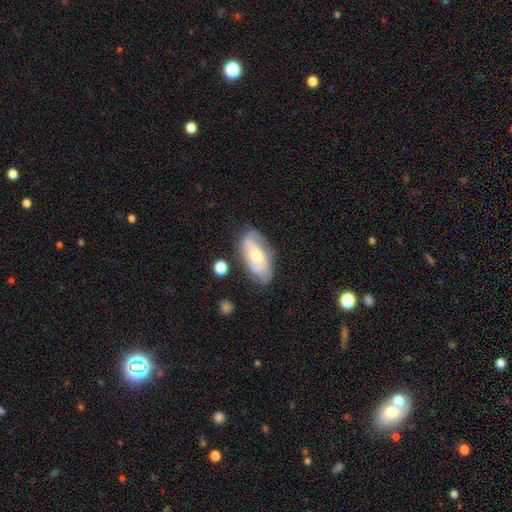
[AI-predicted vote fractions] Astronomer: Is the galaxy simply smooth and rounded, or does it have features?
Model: featured or disk — 68%.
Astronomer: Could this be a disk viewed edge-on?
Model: no — 91%.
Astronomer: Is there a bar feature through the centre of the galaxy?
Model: no — 58%.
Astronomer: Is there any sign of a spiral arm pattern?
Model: yes — 82%.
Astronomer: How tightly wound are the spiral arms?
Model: tight — 44% (runner-up: medium, 39%).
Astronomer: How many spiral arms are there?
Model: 2 — 59%.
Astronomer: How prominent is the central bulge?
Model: moderate — 65%.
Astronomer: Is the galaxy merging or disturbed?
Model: none — 73%.